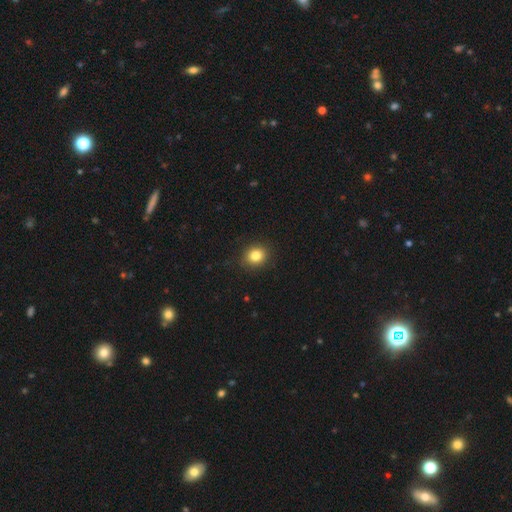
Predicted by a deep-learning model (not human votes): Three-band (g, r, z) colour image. It shows a smooth galaxy with no disk features (83%) that is round (75%). Merging: none (89%).